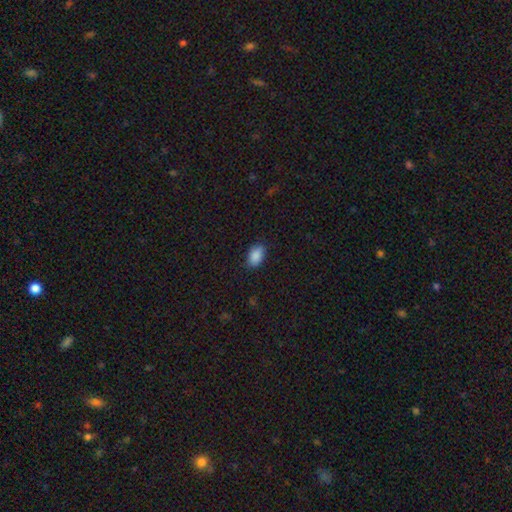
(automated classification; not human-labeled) A smooth galaxy with no disk features (89%) that is in between round and cigar-shaped (90%).

Vote fractions:
- Smooth or featured? smooth: 89% / star or artifact: 7% / featured or disk: 3%
- How rounded? in between: 90% / round: 8% / cigar-shaped: 2%
- Merging? none: 85% / minor disturbance: 11% / major disturbance: 3% / merger: 1%